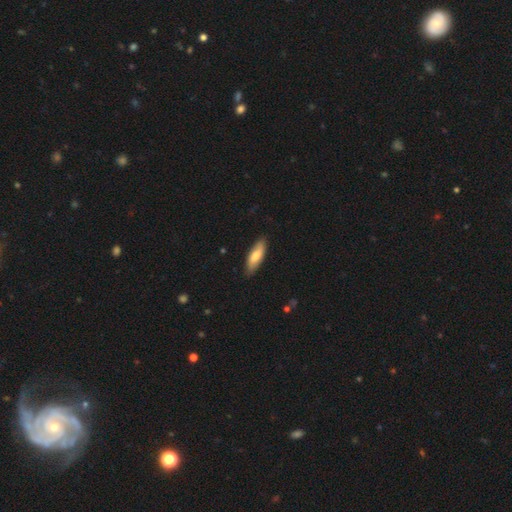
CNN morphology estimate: smooth 71%, featured or disk 24%, star or artifact 5%. Down the decision tree: how rounded — in between (60%); merging — none (86%).